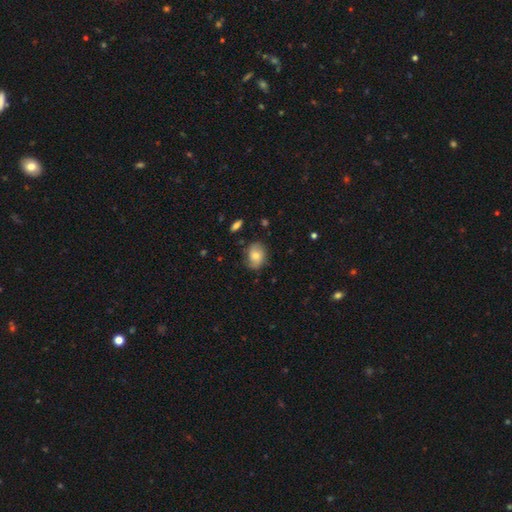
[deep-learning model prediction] Smooth or featured? smooth (68%)
How rounded? in between (64%)
Merging? none (74%)